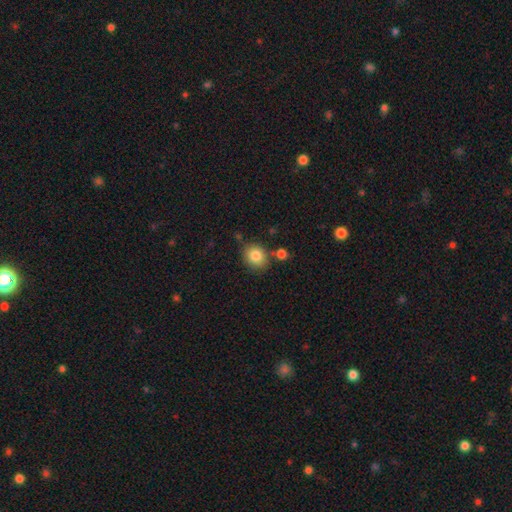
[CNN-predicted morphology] smooth_or_featured: smooth (p=0.83) [alt: star or artifact p=0.10]
how_rounded: round (p=0.77) [alt: in between p=0.22]
merging: none (p=0.74) [alt: minor disturbance p=0.12]